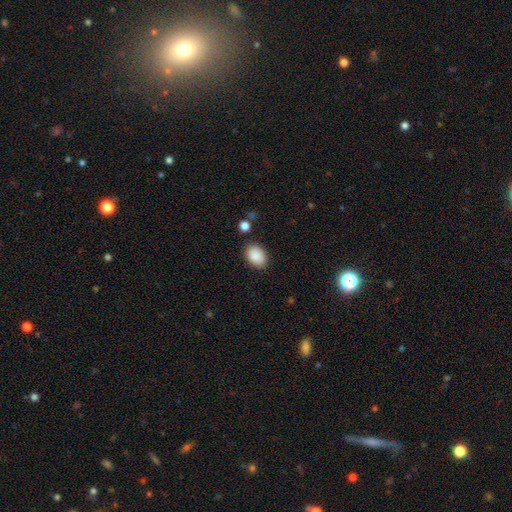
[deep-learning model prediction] smooth-or-featured: smooth: 89% | star or artifact: 7% | featured or disk: 4%
  how-rounded: in between: 82% | round: 17% | cigar-shaped: 1%
  merging: none: 82% | minor disturbance: 12% | major disturbance: 3% | merger: 3%